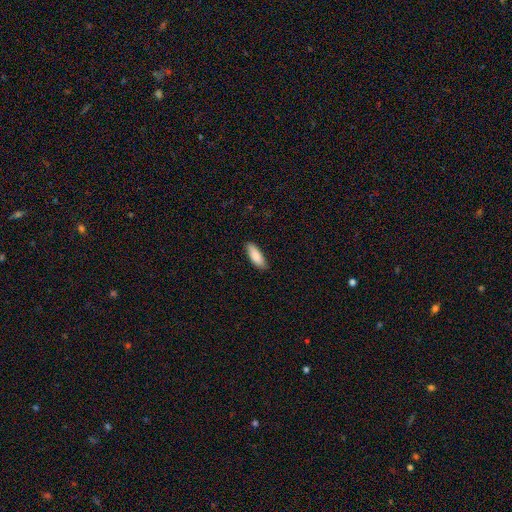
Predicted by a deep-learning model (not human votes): Morphology: type=smooth (89%); roundness=in between (65%); merging=none (85%).